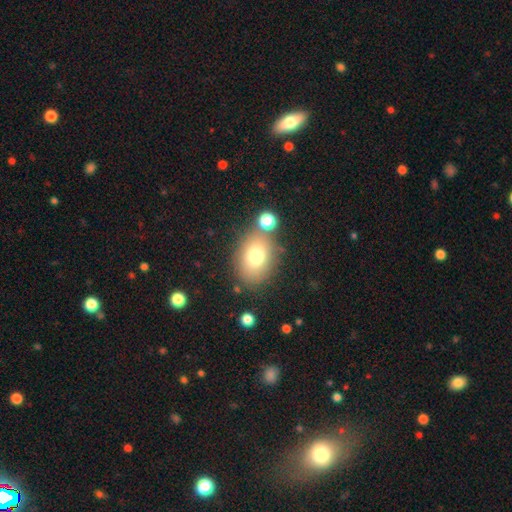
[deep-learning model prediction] A smooth galaxy with no disk features (75%) that is in between round and cigar-shaped (67%).

Vote fractions:
- Smooth or featured? smooth: 75% / featured or disk: 14% / star or artifact: 12%
- How rounded? in between: 67% / round: 32% / cigar-shaped: 1%
- Merging? none: 71% / minor disturbance: 13% / merger: 11% / major disturbance: 5%